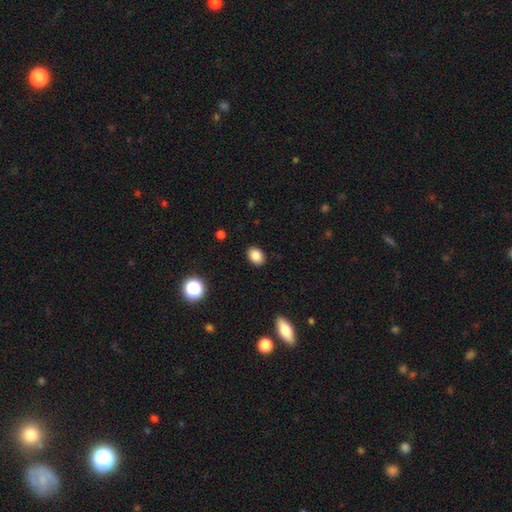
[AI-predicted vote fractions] smooth-or-featured: smooth: 86% | star or artifact: 10% | featured or disk: 4%
  how-rounded: in between: 72% | round: 27% | cigar-shaped: 1%
  merging: none: 89% | minor disturbance: 8% | major disturbance: 2% | merger: 1%